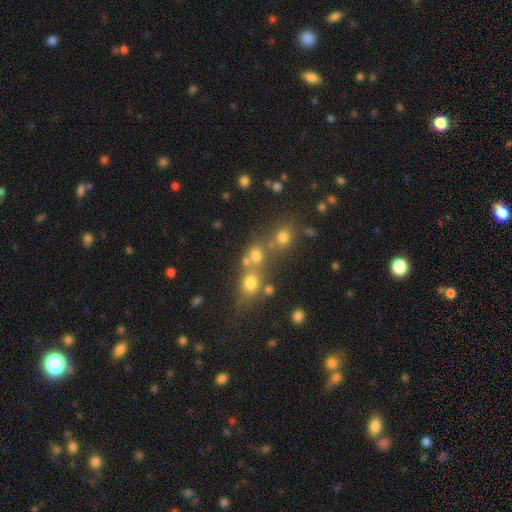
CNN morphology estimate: smooth_or_featured: smooth (p=0.69) [alt: star or artifact p=0.20]
how_rounded: round (p=0.76) [alt: in between p=0.22]
merging: none (p=0.47) [alt: merger p=0.37]